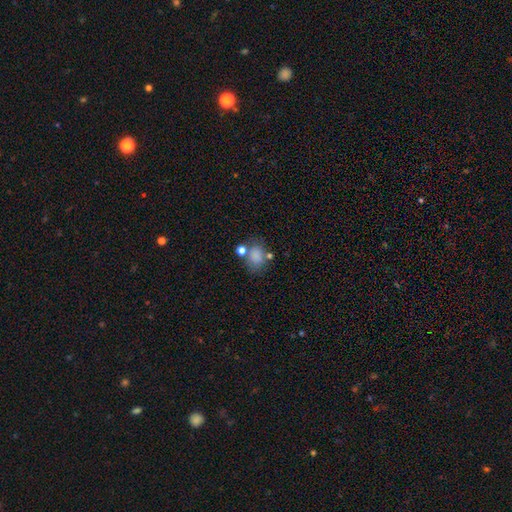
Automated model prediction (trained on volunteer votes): Q: Smooth or featured?
A: smooth (80%); runner-up: star or artifact (11%)
Q: How rounded?
A: in between (55%); runner-up: round (44%)
Q: Merging?
A: none (57%); runner-up: merger (20%)